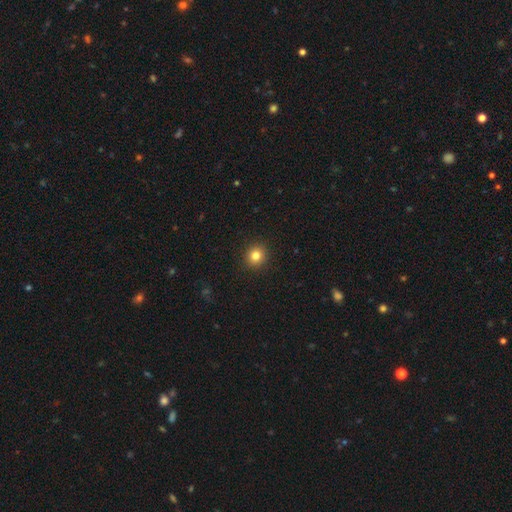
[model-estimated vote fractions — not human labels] Q: Smooth or featured?
A: smooth (82%); runner-up: star or artifact (12%)
Q: How rounded?
A: round (88%); runner-up: in between (11%)
Q: Merging?
A: none (92%); runner-up: minor disturbance (5%)